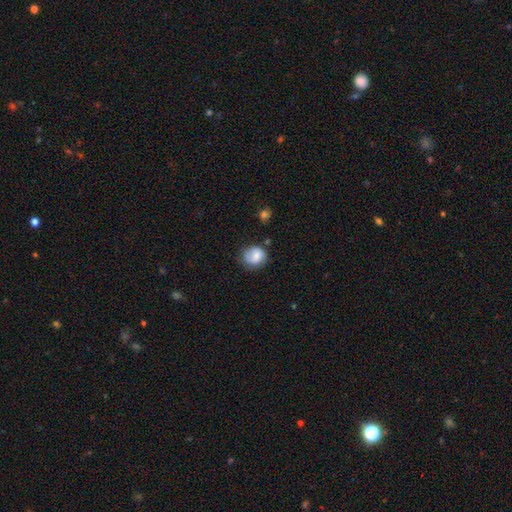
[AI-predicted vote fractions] A smooth galaxy with no disk features (63%) that is round (77%).

Vote fractions:
- Smooth or featured? smooth: 63% / featured or disk: 29% / star or artifact: 8%
- How rounded? round: 77% / in between: 22% / cigar-shaped: 1%
- Merging? none: 66% / minor disturbance: 23% / major disturbance: 7% / merger: 3%